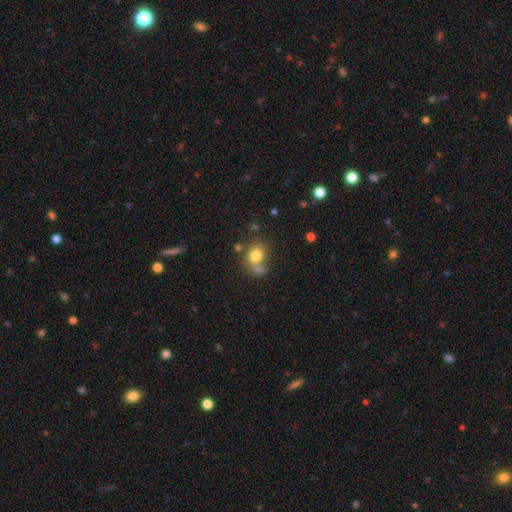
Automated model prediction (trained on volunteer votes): The model was most divided on "merging": none: 50%, merger: 29%, minor disturbance: 14%, major disturbance: 7%. More confident: smooth or featured — smooth (77%); how rounded — round (68%).